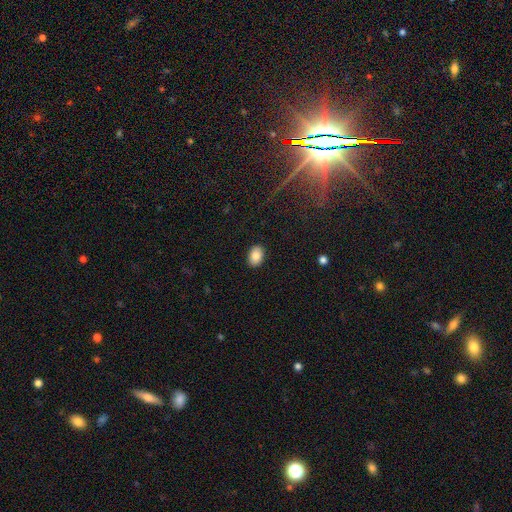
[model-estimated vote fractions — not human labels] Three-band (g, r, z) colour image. It shows a smooth galaxy with no disk features (84%) that is in between round and cigar-shaped (83%). Merging: none (89%).